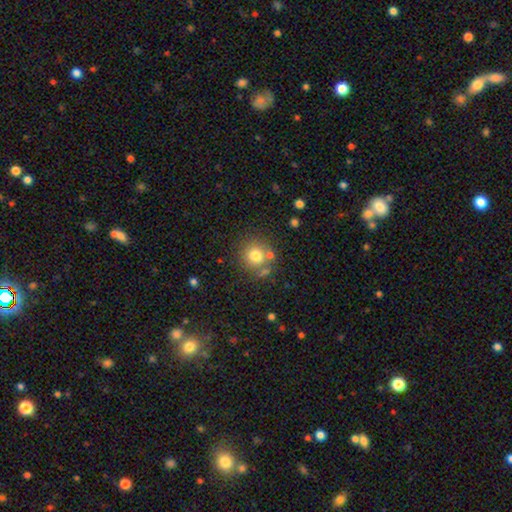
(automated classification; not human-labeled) Smooth or featured: smooth — 76% (star or artifact — 13%)
How rounded: round — 91% (in between — 8%)
Merging: none — 71% (merger — 13%)